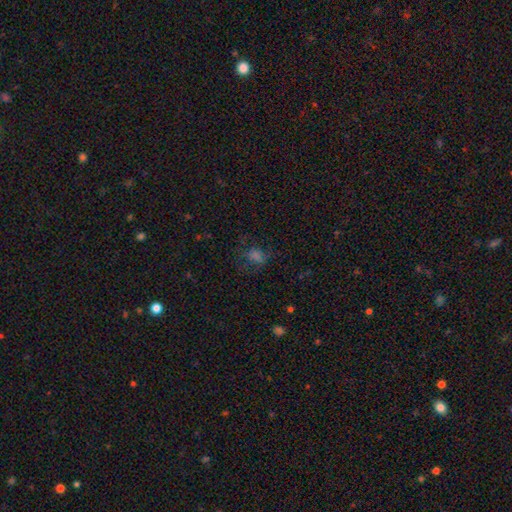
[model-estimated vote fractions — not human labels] This is possibly a smooth galaxy (52%). How rounded: possibly in between (57%). Merging: possibly none (57%).